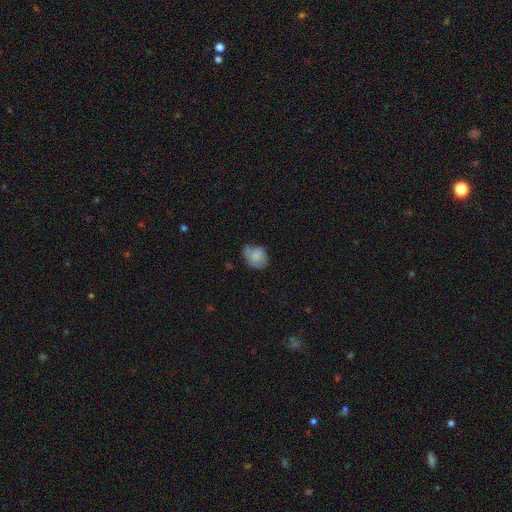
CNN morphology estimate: Smooth or featured? Predicted: smooth (p=0.71). How rounded? Predicted: in between (p=0.53). Merging? Predicted: none (p=0.45).